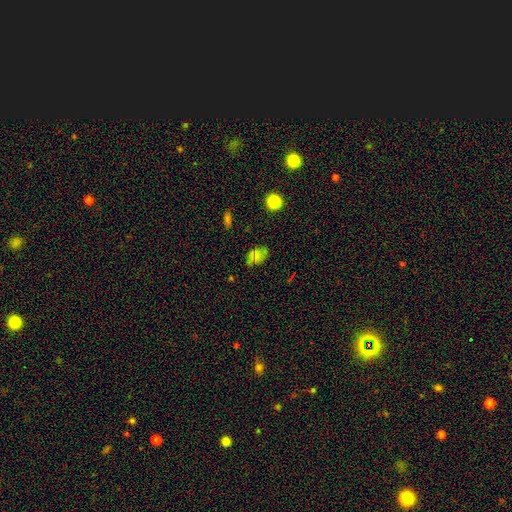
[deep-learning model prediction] Smooth or featured?
  - smooth: 67% *
  - star or artifact: 17%
  - featured or disk: 16%
How rounded?
  - in between: 81% *
  - round: 17%
  - cigar-shaped: 2%
Merging?
  - none: 69% *
  - minor disturbance: 23%
  - major disturbance: 6%
  - merger: 2%